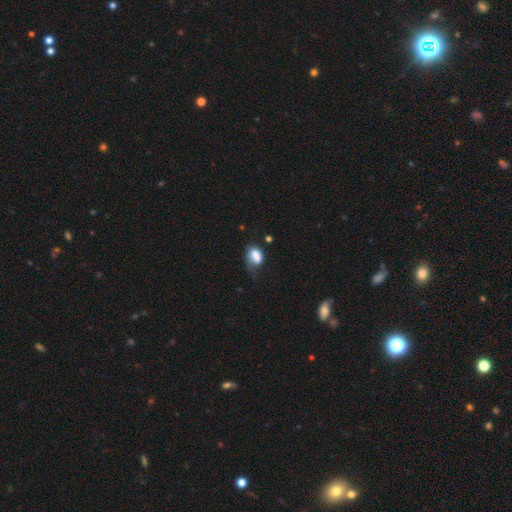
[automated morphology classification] Smooth or featured?
  - smooth: 75% *
  - featured or disk: 15%
  - star or artifact: 10%
How rounded?
  - in between: 74% *
  - round: 25%
  - cigar-shaped: 2%
Merging?
  - minor disturbance: 34% *
  - none: 28%
  - major disturbance: 24%
  - merger: 14%